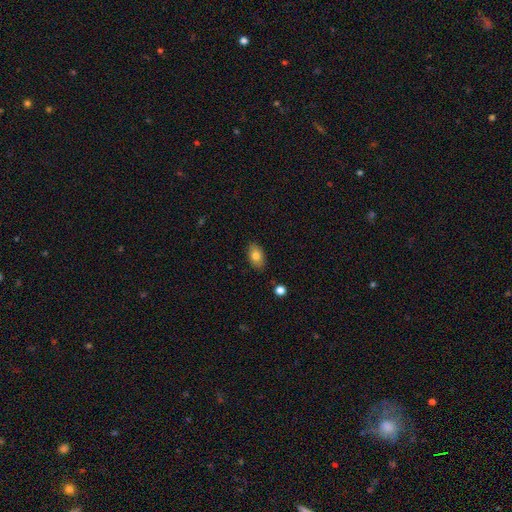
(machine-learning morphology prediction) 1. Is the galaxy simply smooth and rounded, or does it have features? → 80% smooth, 12% featured or disk, 8% star or artifact.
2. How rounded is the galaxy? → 89% in between, 9% round, 2% cigar-shaped.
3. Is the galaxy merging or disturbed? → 85% none, 11% minor disturbance, 2% major disturbance, 1% merger.